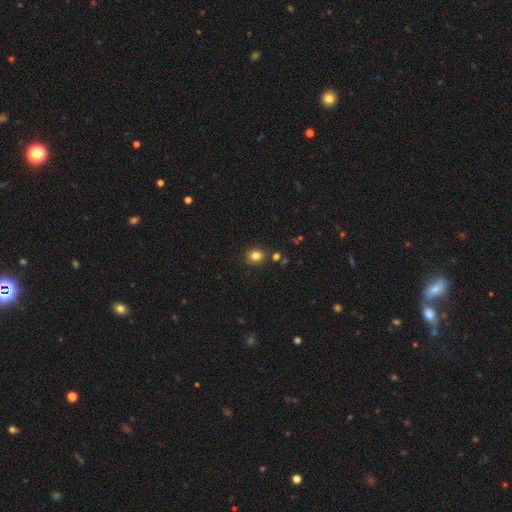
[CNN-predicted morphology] This appears to be a smooth galaxy with no disk features (81%) that is round (82%). Merging: none (85%).